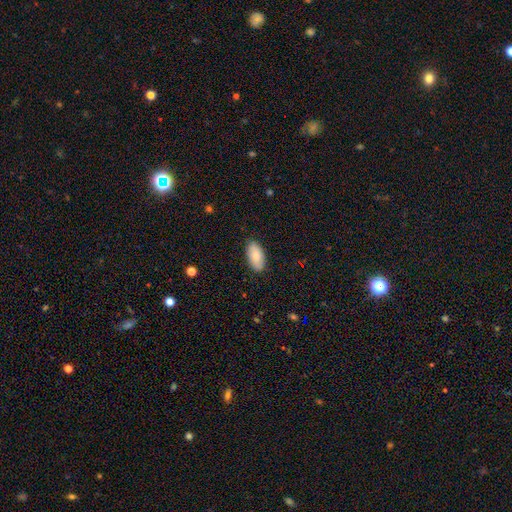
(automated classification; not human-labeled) A smooth galaxy with no disk features (79%) that is in between round and cigar-shaped (94%). Merging: none (86%).